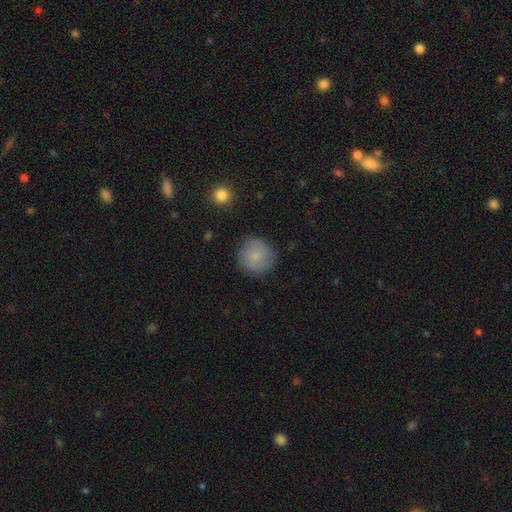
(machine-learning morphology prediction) A smooth galaxy with no disk features (80%) that is round (93%).

Vote fractions:
- Smooth or featured? smooth: 80% / featured or disk: 12% / star or artifact: 8%
- How rounded? round: 93% / in between: 6% / cigar-shaped: 1%
- Merging? none: 84% / minor disturbance: 12% / major disturbance: 3% / merger: 1%